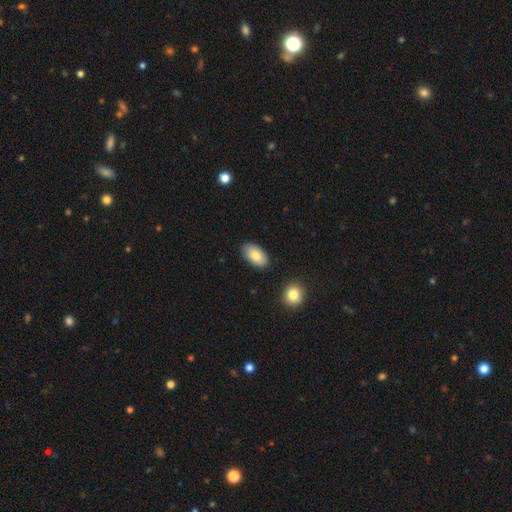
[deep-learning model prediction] A smooth galaxy with no disk features (81%) that is in between round and cigar-shaped (94%).

Vote fractions:
- Smooth or featured? smooth: 81% / featured or disk: 12% / star or artifact: 7%
- How rounded? in between: 94% / round: 4% / cigar-shaped: 2%
- Merging? none: 86% / minor disturbance: 10% / merger: 3% / major disturbance: 2%